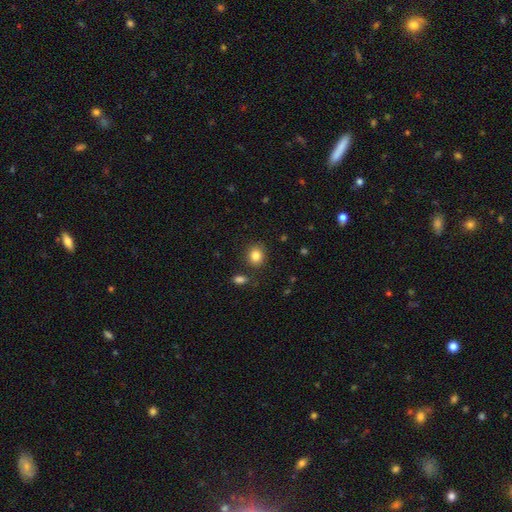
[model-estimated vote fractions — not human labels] smooth-or-featured: smooth: 84% | star or artifact: 10% | featured or disk: 6%
  how-rounded: round: 72% | in between: 27% | cigar-shaped: 1%
  merging: none: 84% | minor disturbance: 9% | merger: 4% | major disturbance: 3%